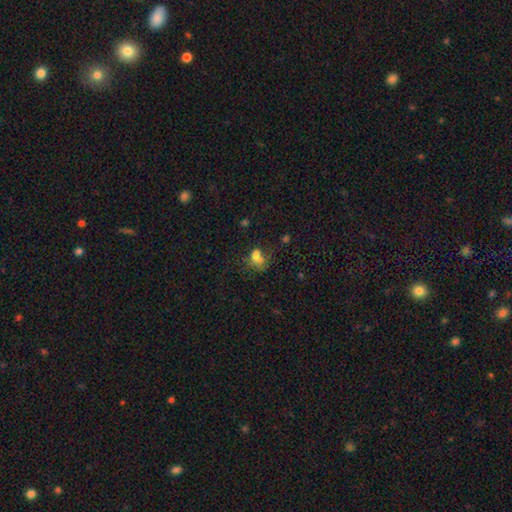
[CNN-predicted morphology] A smooth galaxy with no disk features (64%) that is in between round and cigar-shaped (65%).

Vote fractions:
- Smooth or featured? smooth: 64% / star or artifact: 18% / featured or disk: 18%
- How rounded? in between: 65% / round: 33% / cigar-shaped: 2%
- Merging? none: 31% / major disturbance: 28% / minor disturbance: 22% / merger: 19%